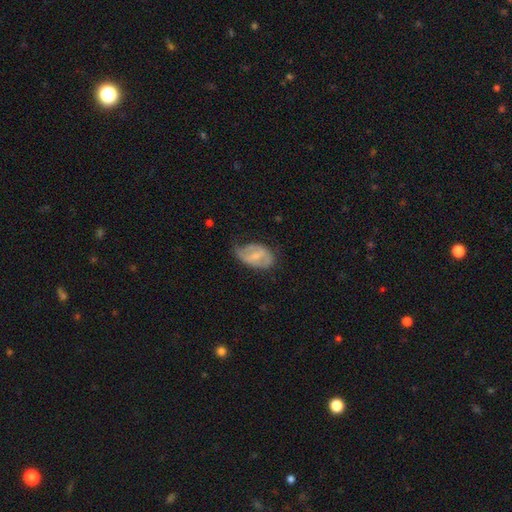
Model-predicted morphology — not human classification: smooth-or-featured: featured or disk: 56% | smooth: 38% | star or artifact: 7%
  disk-edge-on: no: 95% | yes: 5%
    bar: weak: 47% | no: 27% | strong: 26%
    has-spiral-arms: yes: 64% | no: 36%
    bulge-size: small: 52% | moderate: 35% | none: 10% | large: 2% | dominant: 1%
  merging: none: 41% | minor disturbance: 38% | major disturbance: 20% | merger: 2%